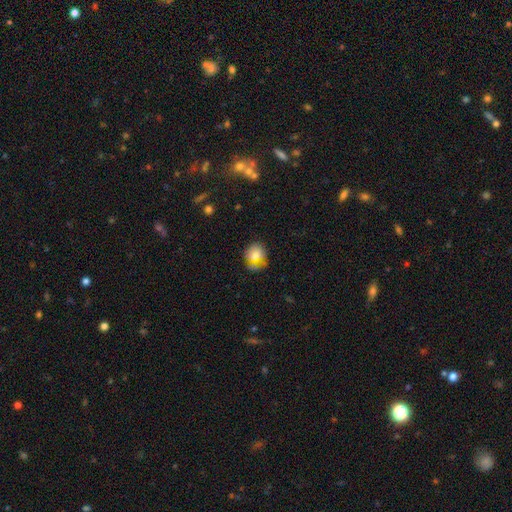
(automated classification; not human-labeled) Q: Smooth or featured?
A: smooth (72%); runner-up: featured or disk (17%)
Q: How rounded?
A: round (72%); runner-up: in between (27%)
Q: Merging?
A: none (60%); runner-up: minor disturbance (23%)